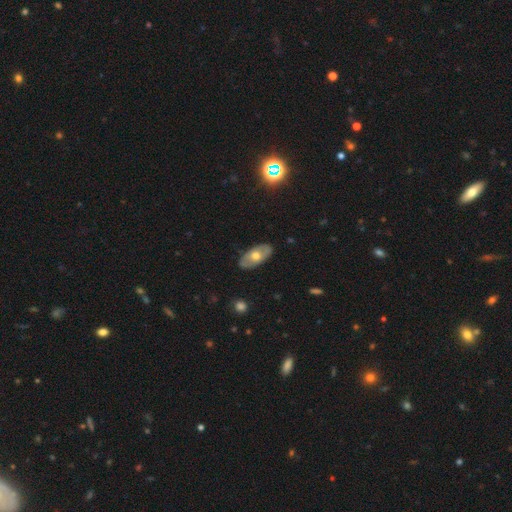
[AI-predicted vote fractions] A smooth galaxy with no disk features (49%). Merging: none (85%).